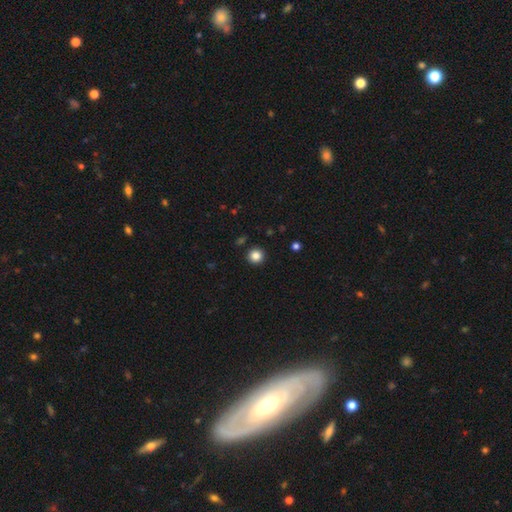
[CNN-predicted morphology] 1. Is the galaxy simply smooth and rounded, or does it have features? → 85% smooth, 11% star or artifact, 4% featured or disk.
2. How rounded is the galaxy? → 95% round, 4% in between, 1% cigar-shaped.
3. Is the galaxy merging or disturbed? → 92% none, 5% minor disturbance, 2% major disturbance, 2% merger.